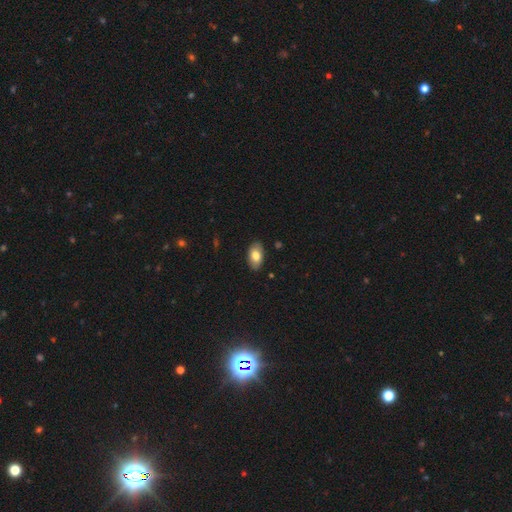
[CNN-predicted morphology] type=smooth (76%); roundness=in between (94%); merging=none (85%).